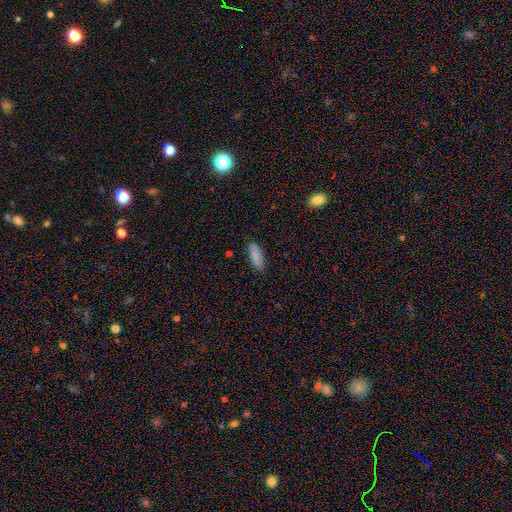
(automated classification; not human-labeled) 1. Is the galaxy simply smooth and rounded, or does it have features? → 87% smooth, 7% star or artifact, 6% featured or disk.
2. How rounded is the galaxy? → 64% in between, 35% cigar-shaped, 2% round.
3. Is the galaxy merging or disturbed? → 87% none, 10% minor disturbance, 2% major disturbance, 1% merger.